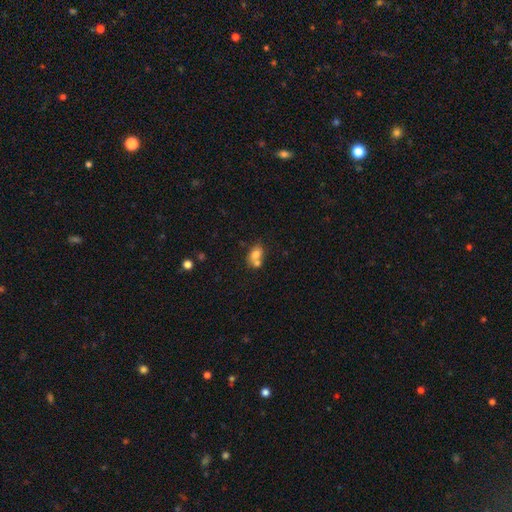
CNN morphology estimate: Smooth or featured?
  - smooth: 73% *
  - featured or disk: 17%
  - star or artifact: 11%
How rounded?
  - in between: 64% *
  - round: 34%
  - cigar-shaped: 2%
Merging?
  - merger: 54% *
  - none: 31%
  - minor disturbance: 10%
  - major disturbance: 5%